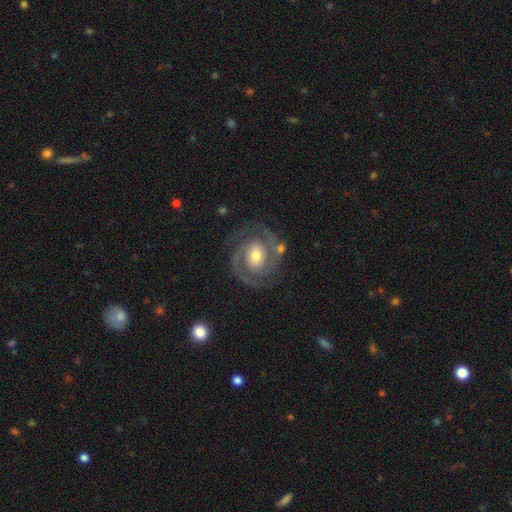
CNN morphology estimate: Smooth or featured: featured or disk — 90% (smooth — 5%)
Edge-on disk: no — 98% (yes — 2%)
Bar: no — 48% (weak — 36%)
Spiral arms: yes — 98% (no — 2%)
Spiral winding: tight — 59% (medium — 36%)
Spiral arm count: 2 — 89% (3 — 4%)
Bulge size: moderate — 66% (small — 25%)
Merging: none — 81% (minor disturbance — 12%)